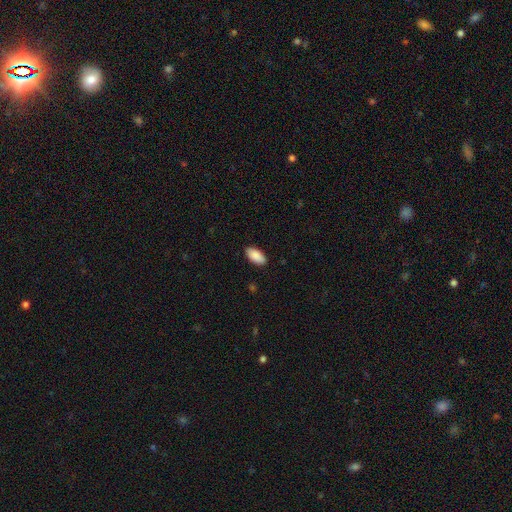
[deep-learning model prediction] Smooth or featured: smooth — 90% (star or artifact — 6%)
How rounded: in between — 94% (cigar-shaped — 4%)
Merging: none — 89% (minor disturbance — 8%)